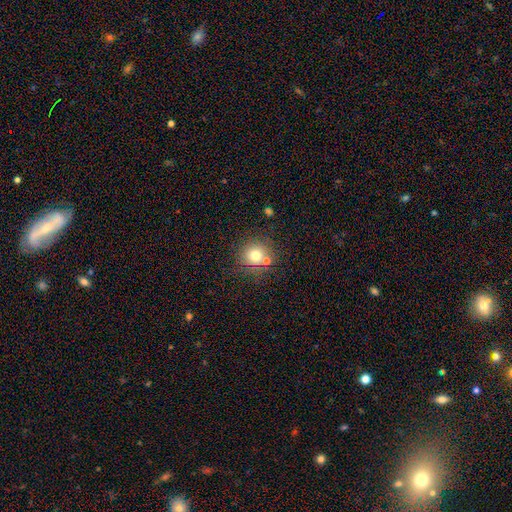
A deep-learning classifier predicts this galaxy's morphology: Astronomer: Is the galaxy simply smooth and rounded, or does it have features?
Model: smooth — 73%.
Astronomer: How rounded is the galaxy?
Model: round — 90%.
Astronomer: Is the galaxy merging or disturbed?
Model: none — 71%.